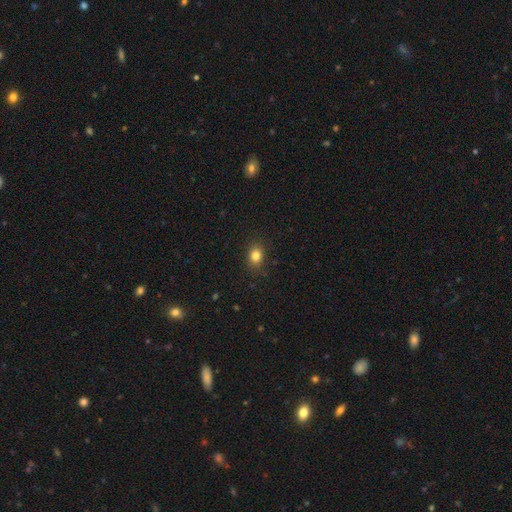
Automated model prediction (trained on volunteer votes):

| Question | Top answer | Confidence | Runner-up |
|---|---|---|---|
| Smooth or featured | smooth | 83% | star or artifact (12%) |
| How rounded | round | 52% | in between (47%) |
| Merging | none | 85% | minor disturbance (11%) |